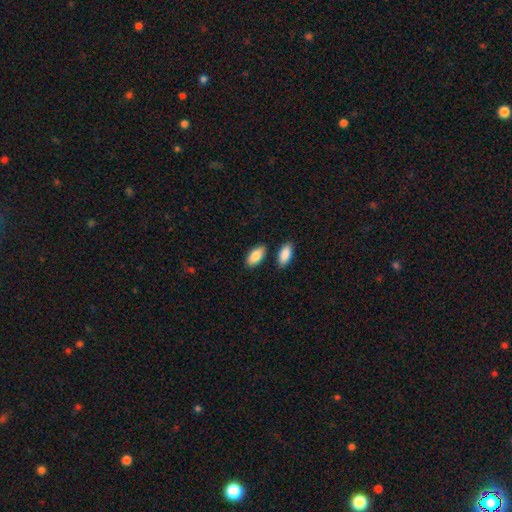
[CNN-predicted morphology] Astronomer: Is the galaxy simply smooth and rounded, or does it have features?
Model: smooth — 87%.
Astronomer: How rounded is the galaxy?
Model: in between — 92%.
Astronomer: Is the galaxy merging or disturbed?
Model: none — 81%.